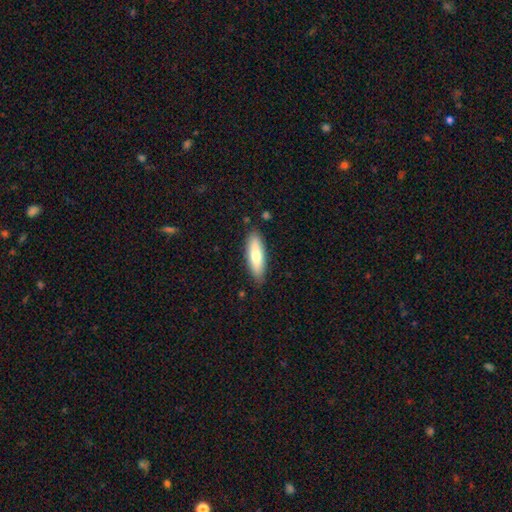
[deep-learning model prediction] A smooth galaxy with no disk features (73%) that is cigar-shaped (51%).

Vote fractions:
- Smooth or featured? smooth: 73% / featured or disk: 21% / star or artifact: 6%
- How rounded? cigar-shaped: 51% / in between: 48% / round: 2%
- Merging? none: 86% / minor disturbance: 10% / major disturbance: 2% / merger: 2%